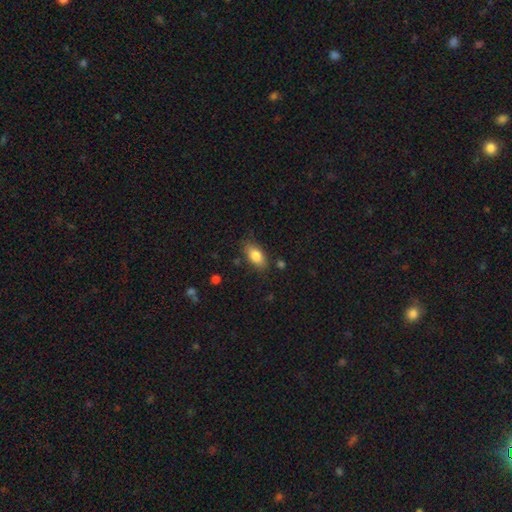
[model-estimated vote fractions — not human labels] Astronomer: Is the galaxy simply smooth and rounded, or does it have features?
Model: smooth — 84%.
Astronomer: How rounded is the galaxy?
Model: in between — 90%.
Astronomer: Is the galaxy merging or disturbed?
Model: none — 79%.